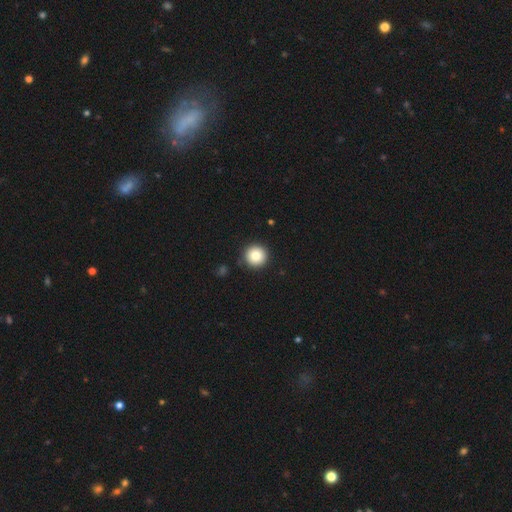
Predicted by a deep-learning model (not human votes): Overall: smooth (85%). How rounded: round (96%). Merging: none (91%).